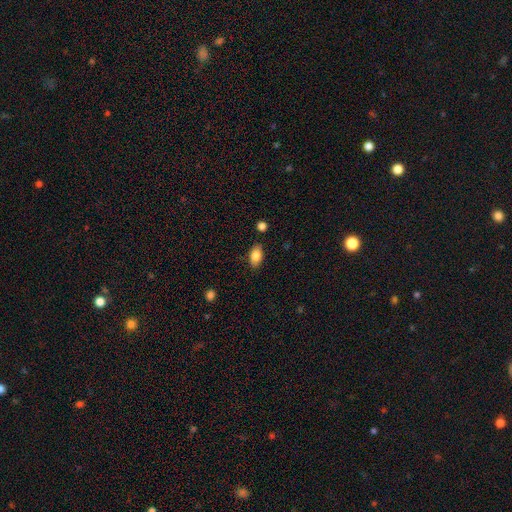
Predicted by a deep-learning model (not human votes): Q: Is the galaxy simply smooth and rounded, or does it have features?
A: smooth — 84%.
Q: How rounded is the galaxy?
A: in between — 90%.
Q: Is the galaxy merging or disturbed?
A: none — 84%.